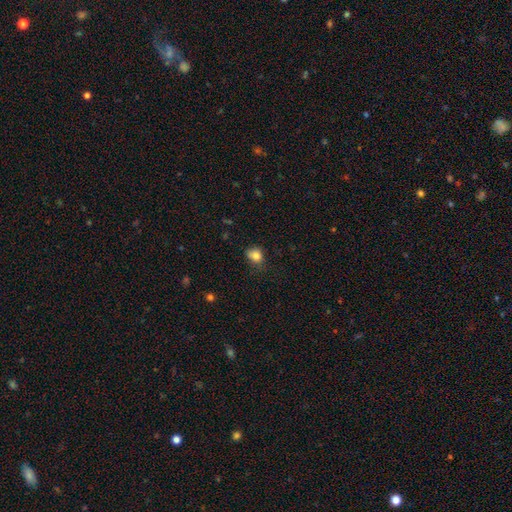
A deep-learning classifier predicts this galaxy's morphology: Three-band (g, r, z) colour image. It shows a smooth galaxy with no disk features (82%) that is round (59%). Merging: none (59%).